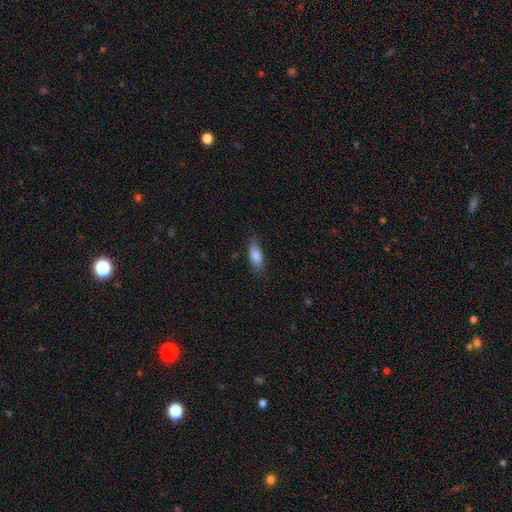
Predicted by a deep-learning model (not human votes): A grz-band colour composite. It shows a smooth galaxy with no disk features (83%) that is in between round and cigar-shaped (74%). Merging: none (77%).